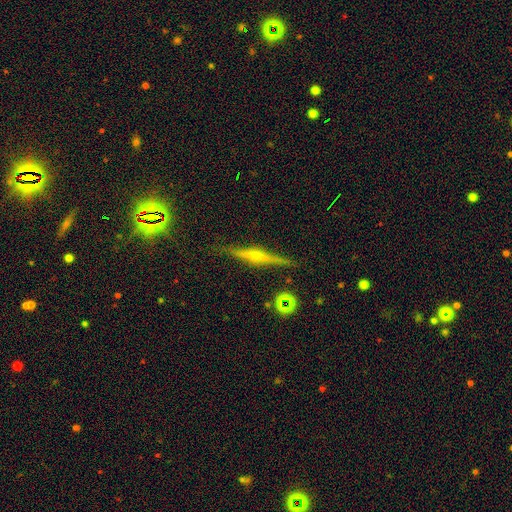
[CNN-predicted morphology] Smooth or featured?
  - featured or disk: 75% *
  - smooth: 14%
  - star or artifact: 11%
Edge-on disk?
  - yes: 97% *
  - no: 3%
Edge-on bulge?
  - rounded: 83% *
  - none: 11%
  - boxy: 6%
Merging?
  - none: 88% *
  - minor disturbance: 9%
  - major disturbance: 2%
  - merger: 1%